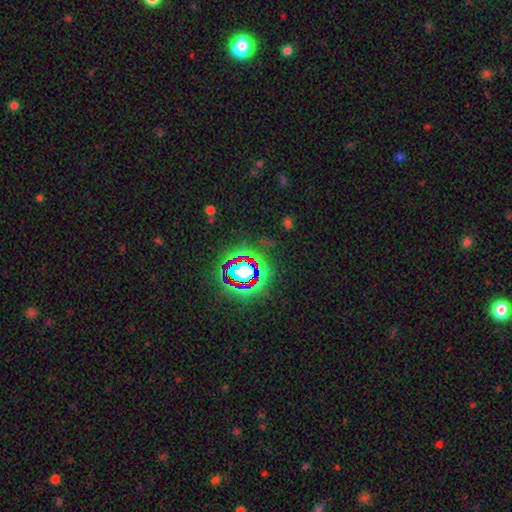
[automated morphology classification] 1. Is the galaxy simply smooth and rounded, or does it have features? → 80% star or artifact, 12% smooth, 8% featured or disk.